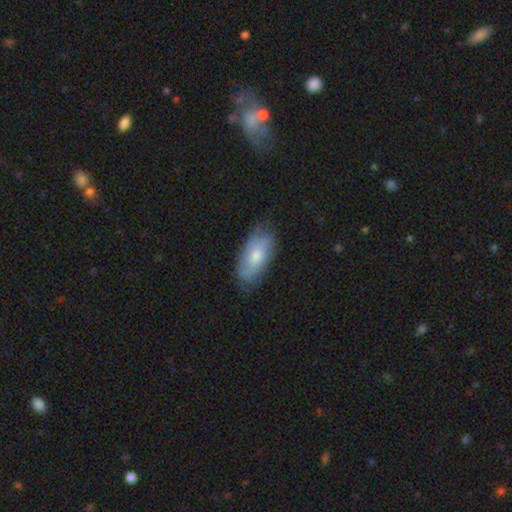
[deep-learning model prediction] This is likely a smooth galaxy (62%). How rounded: clearly in between (90%). Merging: likely none (71%).